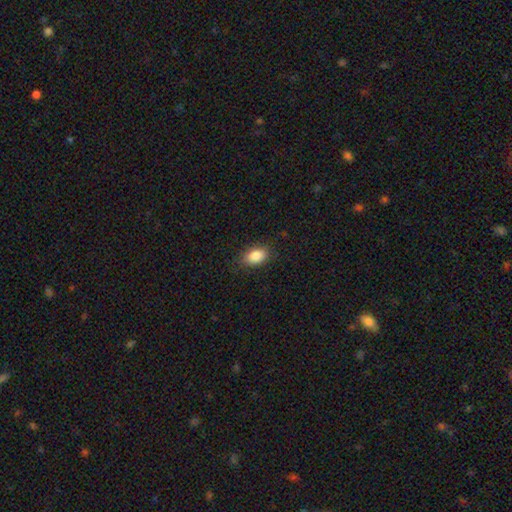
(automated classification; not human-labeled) Overall: smooth (87%). How rounded: in between (88%). Merging: none (84%).